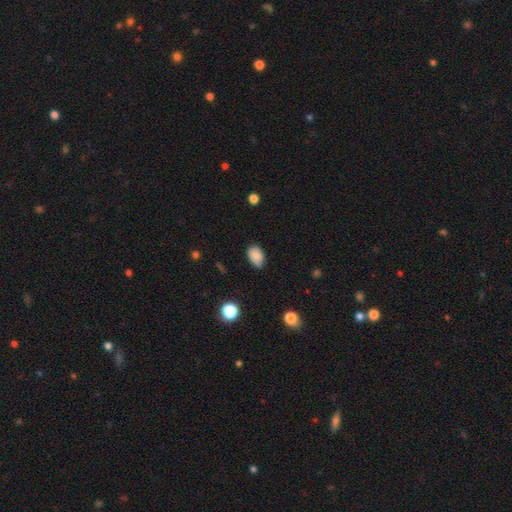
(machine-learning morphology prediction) A smooth galaxy with no disk features (86%) that is in between round and cigar-shaped (85%). Merging: none (71%).